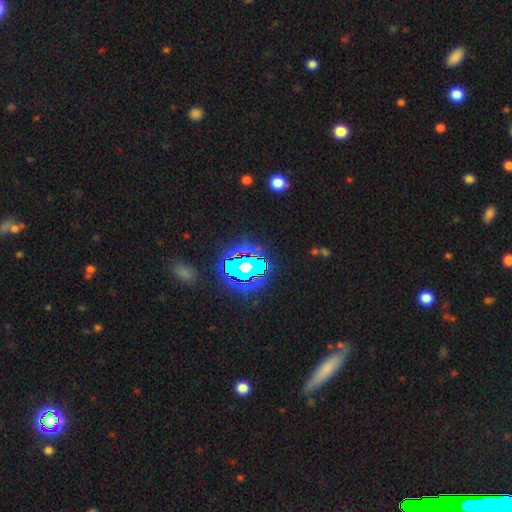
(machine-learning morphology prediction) A star or artifact, not a galaxy (77%).